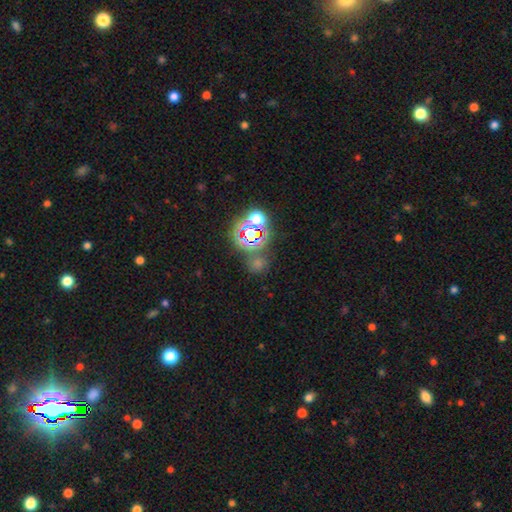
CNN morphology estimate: Smooth or featured? Predicted: star or artifact (p=0.69).